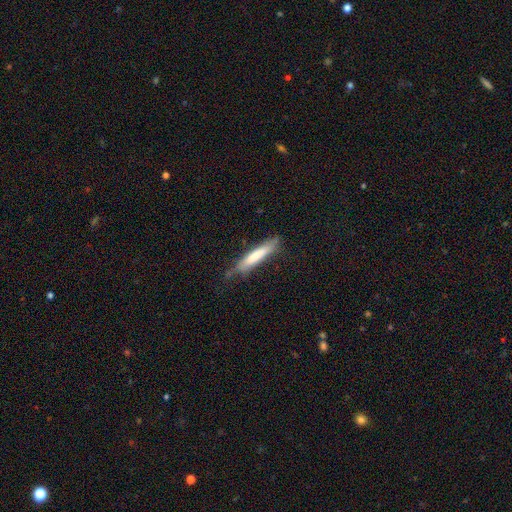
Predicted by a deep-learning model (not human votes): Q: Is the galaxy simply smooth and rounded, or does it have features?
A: smooth — 70%.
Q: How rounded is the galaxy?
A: cigar-shaped — 88%.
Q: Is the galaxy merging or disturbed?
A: none — 66%.